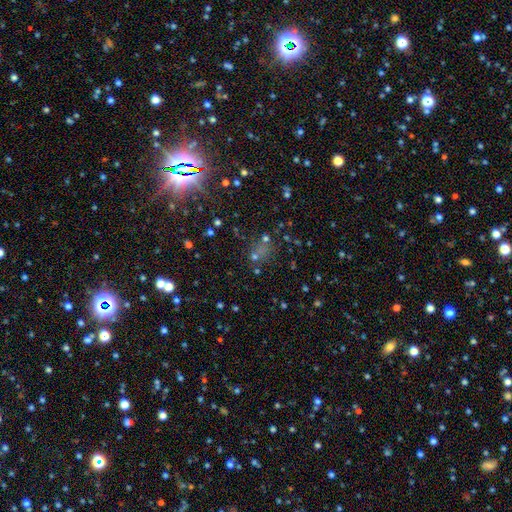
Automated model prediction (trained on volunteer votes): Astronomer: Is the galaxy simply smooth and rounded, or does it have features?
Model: star or artifact — 51% (runner-up: smooth, 37%).